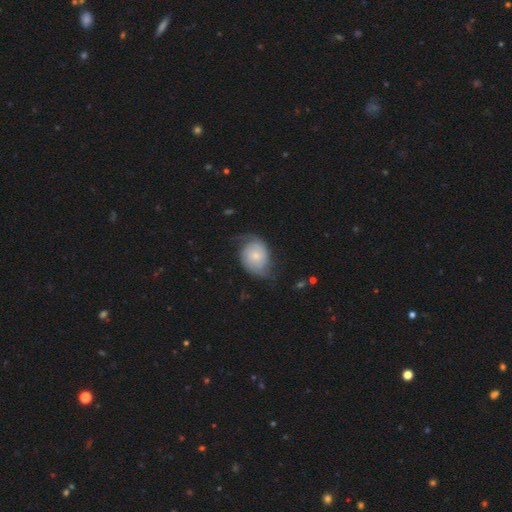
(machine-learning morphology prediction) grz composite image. It shows a featured or disk galaxy (68%) with no bar (74%), 2 (82%) medium (36%) spiral arms (92%) and a small central bulge (60%). Merging: none (56%).